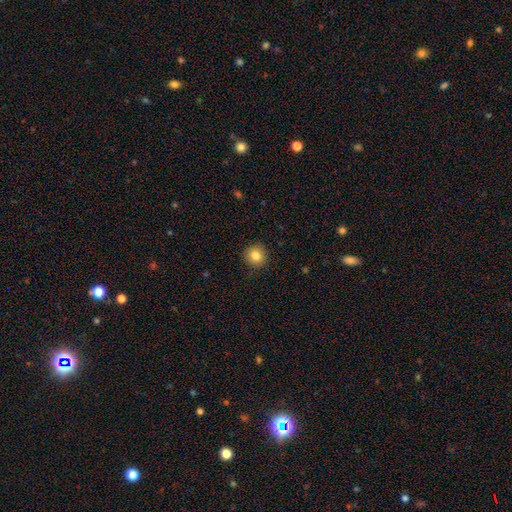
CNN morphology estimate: This appears to be a smooth galaxy with no disk features (83%) that is round (91%). Merging: none (89%).